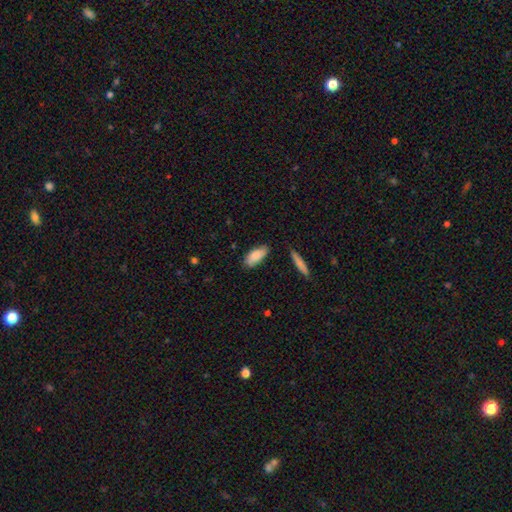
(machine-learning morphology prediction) A smooth galaxy with no disk features (82%) that is in between round and cigar-shaped (82%).

Vote fractions:
- Smooth or featured? smooth: 82% / featured or disk: 12% / star or artifact: 6%
- How rounded? in between: 82% / cigar-shaped: 16% / round: 2%
- Merging? none: 78% / minor disturbance: 16% / major disturbance: 3% / merger: 3%